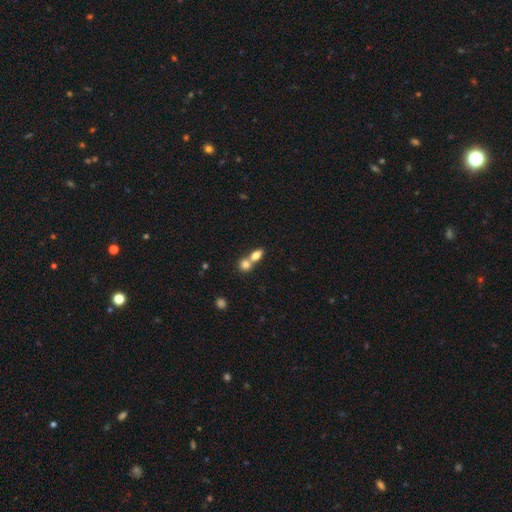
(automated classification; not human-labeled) Smooth or featured?
  - smooth: 79% *
  - featured or disk: 12%
  - star or artifact: 9%
How rounded?
  - in between: 70% *
  - round: 24%
  - cigar-shaped: 6%
Merging?
  - merger: 62% *
  - none: 30%
  - minor disturbance: 6%
  - major disturbance: 3%